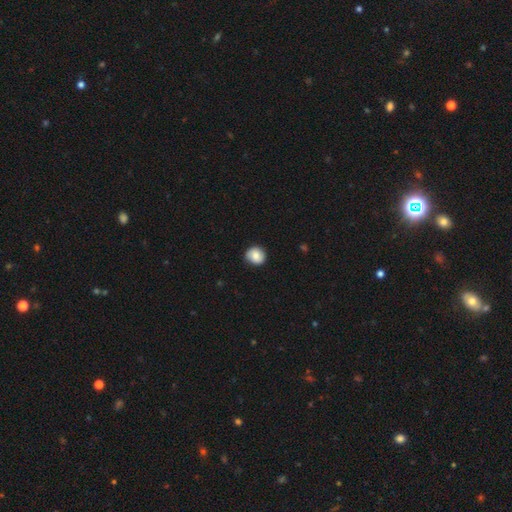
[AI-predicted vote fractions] smooth-or-featured: smooth: 78% | featured or disk: 14% | star or artifact: 8%
  how-rounded: round: 85% | in between: 14% | cigar-shaped: 1%
  merging: none: 85% | minor disturbance: 11% | major disturbance: 2% | merger: 1%